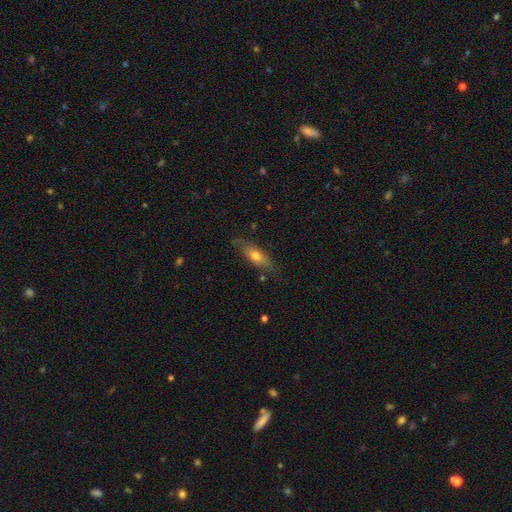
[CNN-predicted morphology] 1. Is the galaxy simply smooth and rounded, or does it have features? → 60% smooth, 33% featured or disk, 7% star or artifact.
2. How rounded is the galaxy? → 60% in between, 36% cigar-shaped, 4% round.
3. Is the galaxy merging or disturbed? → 70% none, 22% minor disturbance, 6% major disturbance, 2% merger.